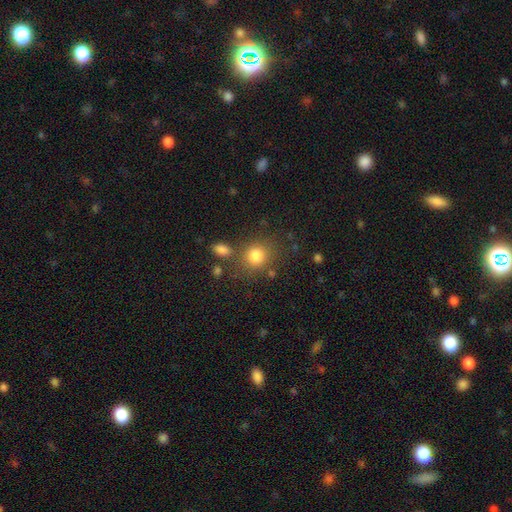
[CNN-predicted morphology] The model was most divided on "how rounded": round: 76%, in between: 23%, cigar-shaped: 1%. More confident: smooth or featured — smooth (81%); merging — none (73%).